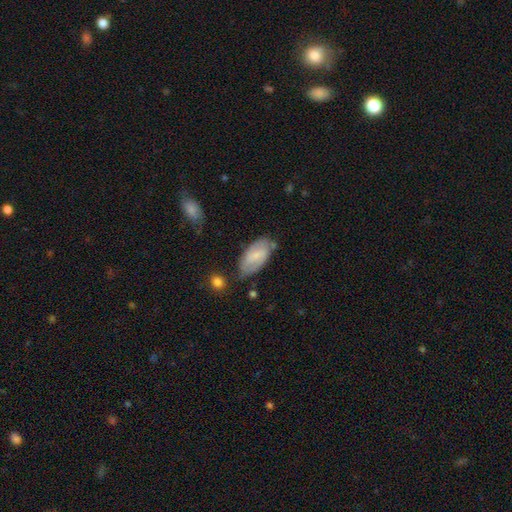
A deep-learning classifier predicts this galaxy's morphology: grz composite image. It shows a smooth galaxy with no disk features (56%) that is in between round and cigar-shaped (92%). Merging: none (66%).